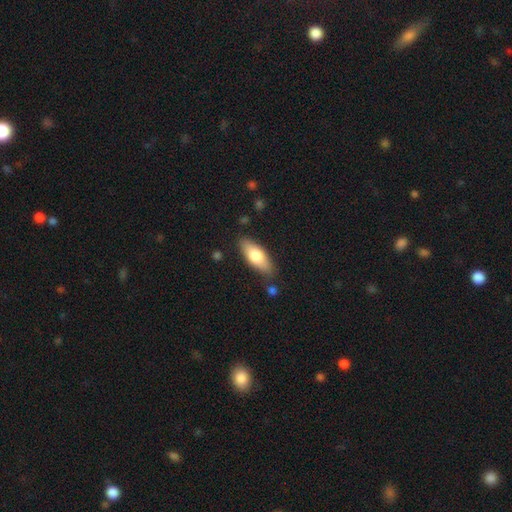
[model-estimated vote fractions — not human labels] The model was most divided on "how rounded": in between: 74%, cigar-shaped: 24%, round: 2%. More confident: merging — none (82%); smooth or featured — smooth (73%).